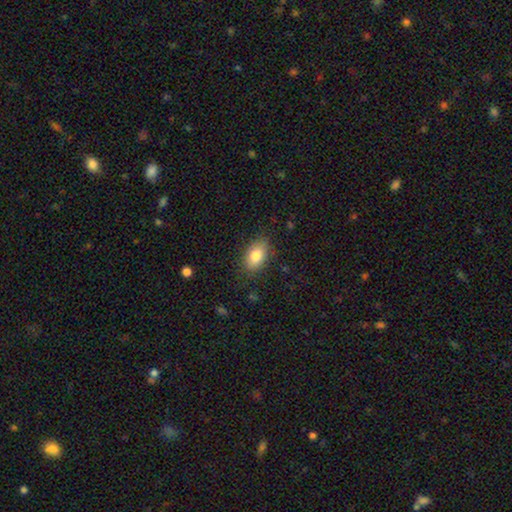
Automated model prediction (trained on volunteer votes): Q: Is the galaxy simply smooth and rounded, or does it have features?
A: smooth — 81%.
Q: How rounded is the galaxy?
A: in between — 90%.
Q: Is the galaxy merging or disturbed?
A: none — 83%.